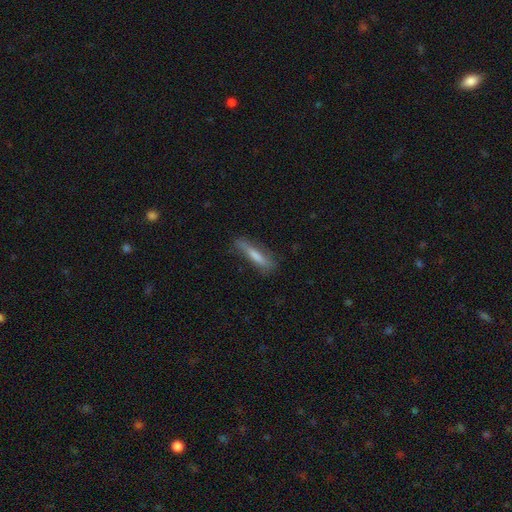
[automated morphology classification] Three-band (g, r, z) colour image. It shows a smooth galaxy with no disk features (59%) that is cigar-shaped (87%). Merging: none (69%).